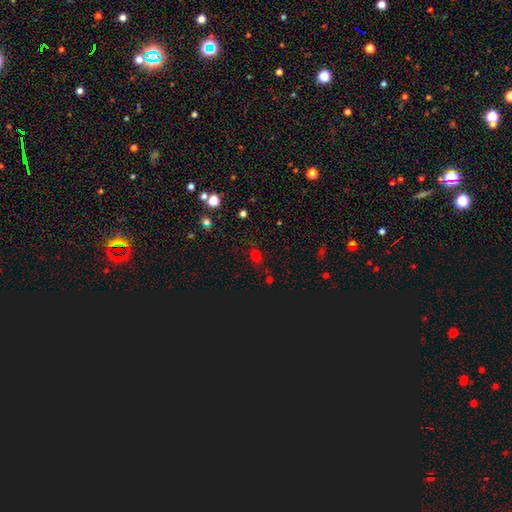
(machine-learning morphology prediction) Q: Smooth or featured?
A: smooth (58%); runner-up: star or artifact (34%)
Q: How rounded?
A: round (59%); runner-up: in between (39%)
Q: Merging?
A: none (76%); runner-up: minor disturbance (15%)